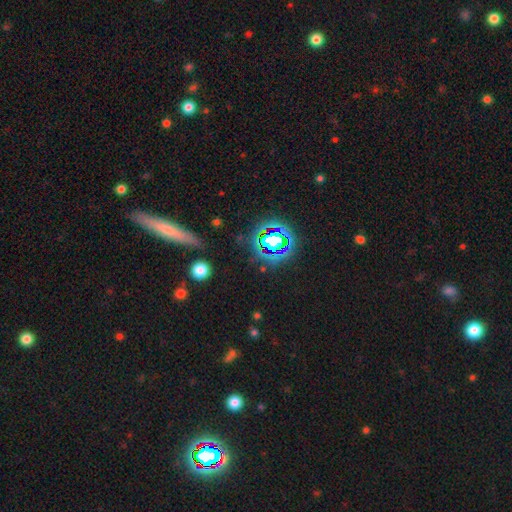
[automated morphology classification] A star or artifact, not a galaxy (60%).